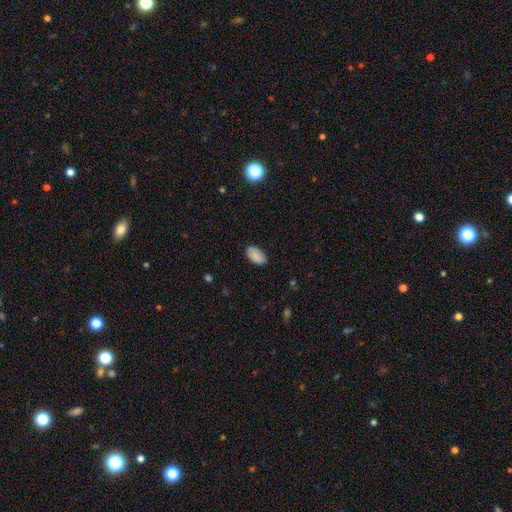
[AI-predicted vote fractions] This appears to be a smooth galaxy with no disk features (87%) that is in between round and cigar-shaped (95%). Merging: none (82%).